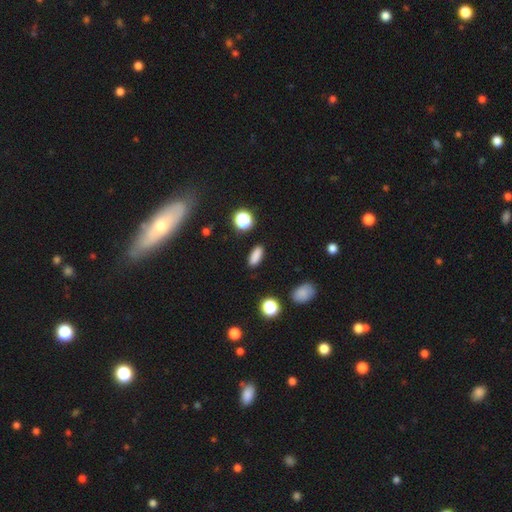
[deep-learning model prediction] Q: Smooth or featured?
A: smooth (85%); runner-up: star or artifact (11%)
Q: How rounded?
A: in between (70%); runner-up: cigar-shaped (24%)
Q: Merging?
A: none (89%); runner-up: minor disturbance (7%)